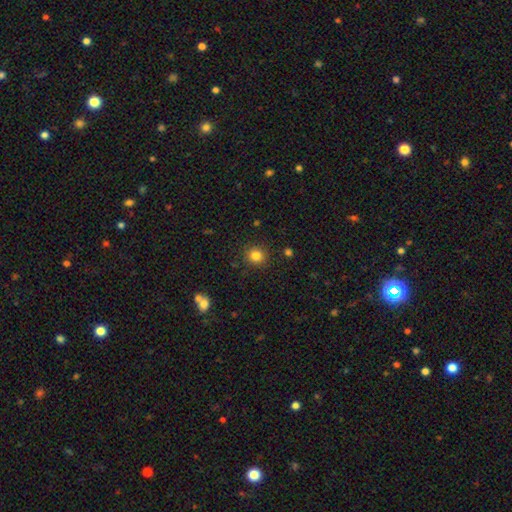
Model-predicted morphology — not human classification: Q: Smooth or featured?
A: smooth (83%); runner-up: star or artifact (12%)
Q: How rounded?
A: round (90%); runner-up: in between (9%)
Q: Merging?
A: none (90%); runner-up: minor disturbance (6%)